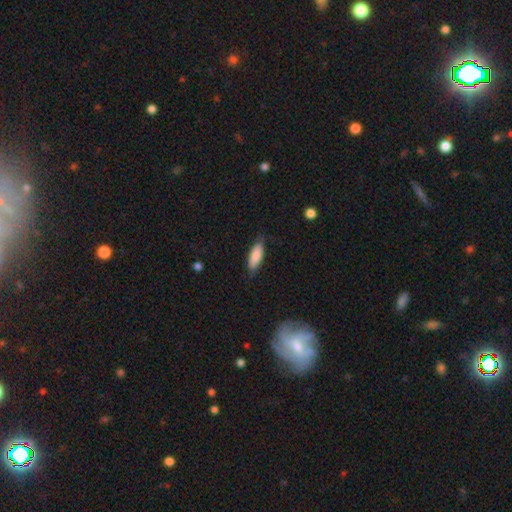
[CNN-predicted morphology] Smooth or featured?
  - smooth: 82% *
  - featured or disk: 12%
  - star or artifact: 6%
How rounded?
  - in between: 58% *
  - cigar-shaped: 40%
  - round: 2%
Merging?
  - none: 77% *
  - minor disturbance: 18%
  - major disturbance: 3%
  - merger: 1%